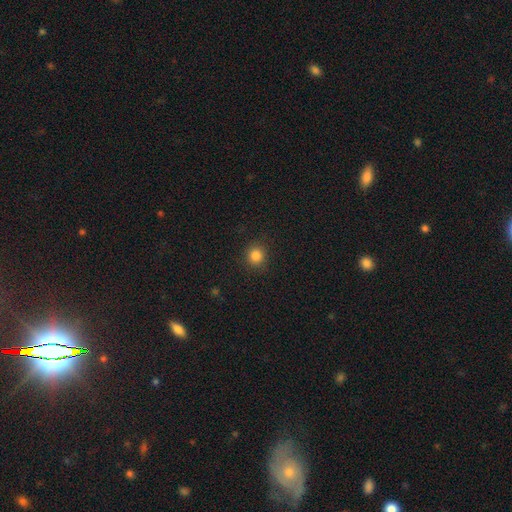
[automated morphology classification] Smooth or featured? Predicted: smooth (p=0.84). How rounded? Predicted: round (p=0.91). Merging? Predicted: none (p=0.90).